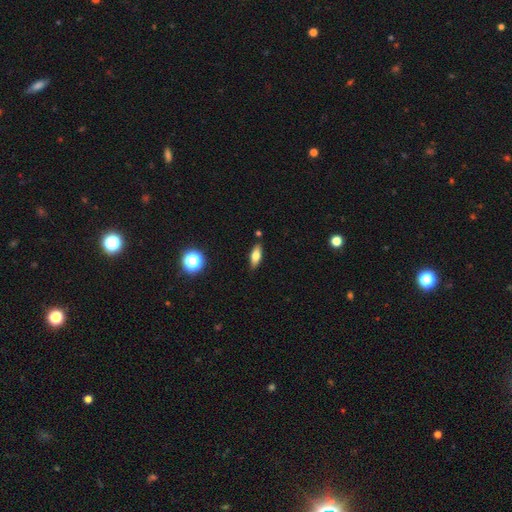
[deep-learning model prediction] smooth-or-featured: smooth: 68% | featured or disk: 23% | star or artifact: 9%
  how-rounded: in between: 69% | cigar-shaped: 27% | round: 4%
  merging: none: 85% | minor disturbance: 11% | major disturbance: 2% | merger: 2%